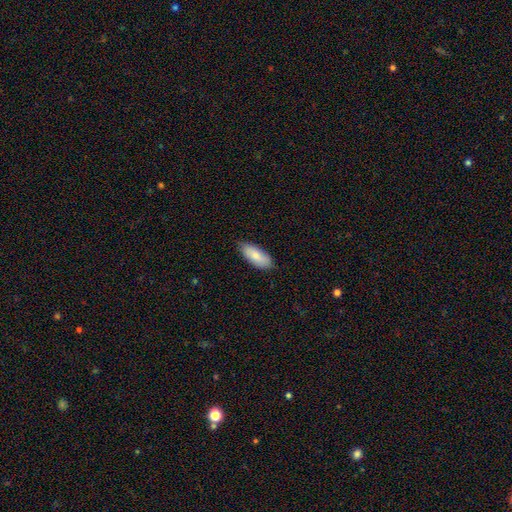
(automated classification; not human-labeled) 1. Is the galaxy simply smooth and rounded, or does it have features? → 81% smooth, 13% featured or disk, 6% star or artifact.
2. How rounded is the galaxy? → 85% in between, 13% cigar-shaped, 2% round.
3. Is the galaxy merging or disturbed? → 81% none, 16% minor disturbance, 2% major disturbance, 1% merger.